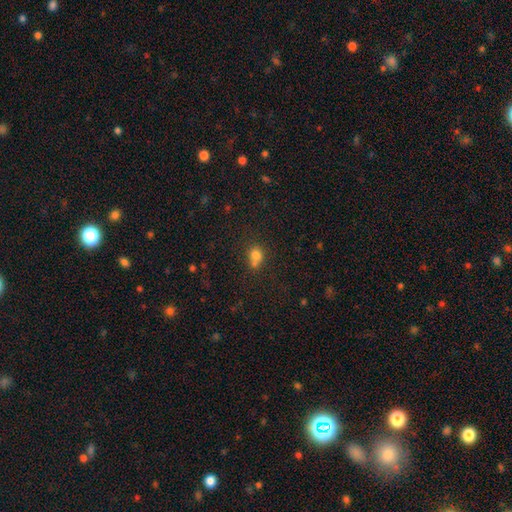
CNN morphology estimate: Smooth or featured? Predicted: smooth (p=0.76). How rounded? Predicted: round (p=0.61). Merging? Predicted: merger (p=0.42).